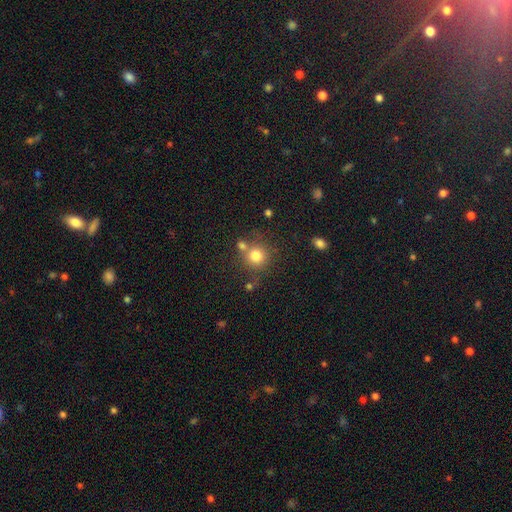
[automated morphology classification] Smooth or featured? smooth (79%)
How rounded? round (91%)
Merging? none (66%)